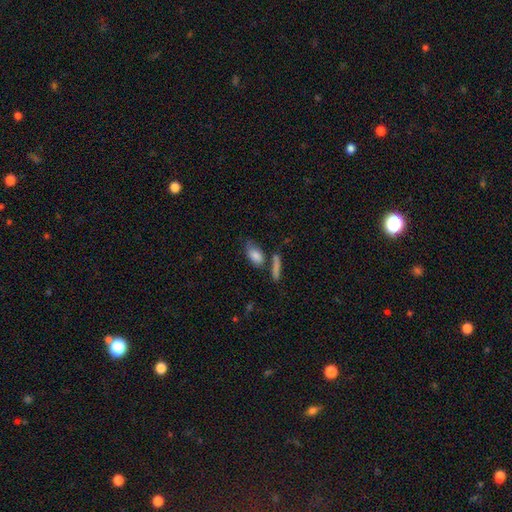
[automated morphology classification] Smooth or featured? smooth (81%)
How rounded? in between (85%)
Merging? none (55%)